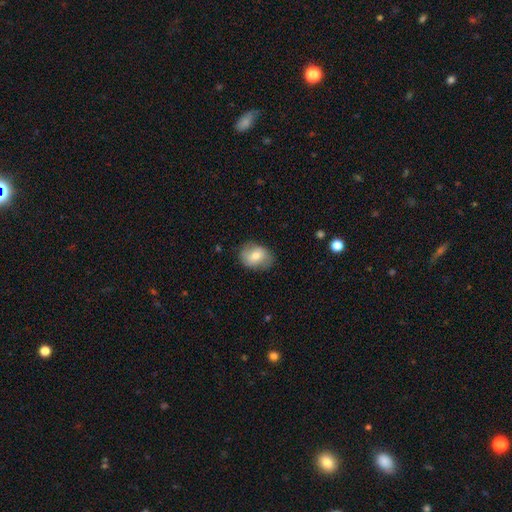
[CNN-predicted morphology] Smooth or featured?
  - smooth: 67% *
  - featured or disk: 26%
  - star or artifact: 8%
How rounded?
  - in between: 57% *
  - round: 42%
  - cigar-shaped: 1%
Merging?
  - none: 76% *
  - minor disturbance: 18%
  - major disturbance: 5%
  - merger: 1%